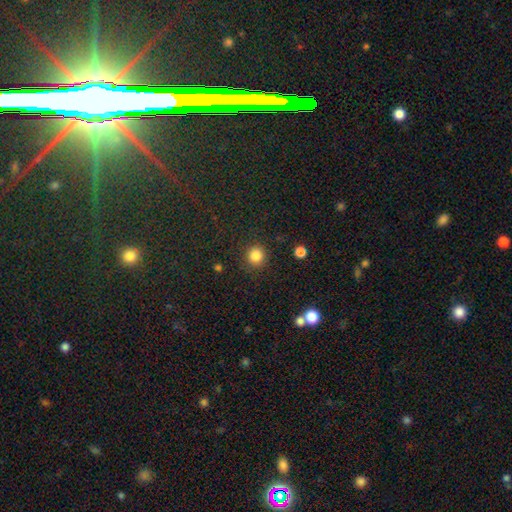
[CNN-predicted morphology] The model was most divided on "smooth or featured": smooth: 84%, star or artifact: 12%, featured or disk: 4%. More confident: how rounded — round (92%); merging — none (90%).